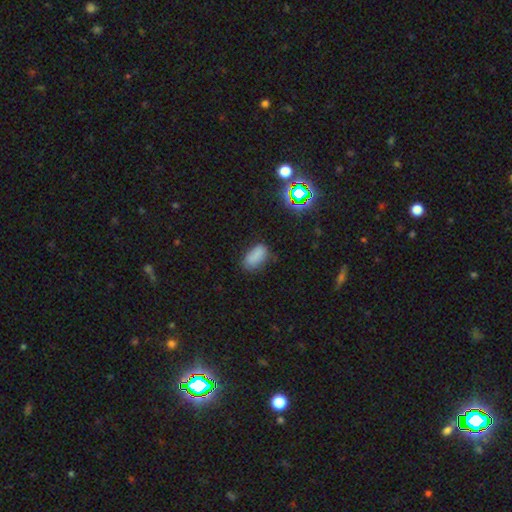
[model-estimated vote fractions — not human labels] This is likely a smooth galaxy (78%). How rounded: clearly in between (91%). Merging: likely none (64%).